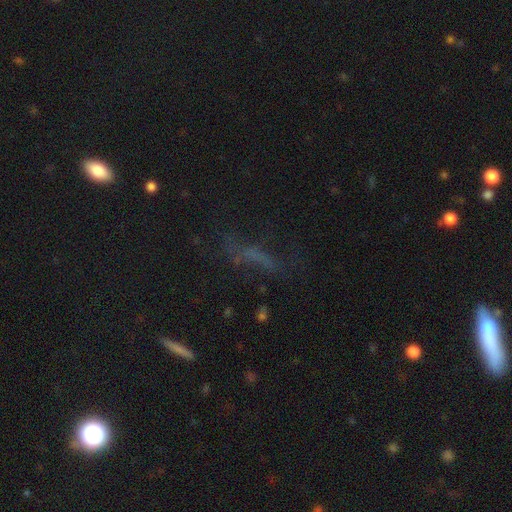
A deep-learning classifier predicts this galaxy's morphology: A smooth galaxy with no disk features (36%).

Vote fractions:
- Smooth or featured? smooth: 36% / featured or disk: 32% / star or artifact: 32%
- Merging? none: 55% / major disturbance: 21% / minor disturbance: 20% / merger: 4%